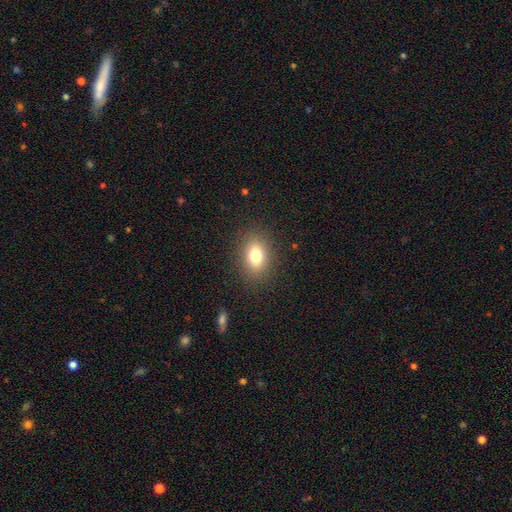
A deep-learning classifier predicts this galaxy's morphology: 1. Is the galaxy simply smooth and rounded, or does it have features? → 78% smooth, 11% star or artifact, 11% featured or disk.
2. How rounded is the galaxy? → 74% in between, 24% round, 2% cigar-shaped.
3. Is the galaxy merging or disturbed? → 87% none, 9% minor disturbance, 3% major disturbance, 1% merger.